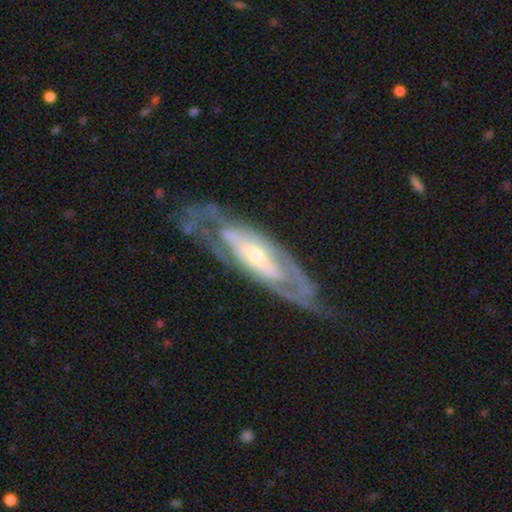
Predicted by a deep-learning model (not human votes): Smooth or featured? Predicted: featured or disk (p=0.84). Edge-on disk? Predicted: no (p=0.81). Bar? Predicted: no (p=0.48). Spiral arms? Predicted: yes (p=0.79). Spiral winding? Predicted: tight (p=0.56). Spiral arm count? Predicted: 2 (p=0.47). Bulge size? Predicted: moderate (p=0.51). Merging? Predicted: none (p=0.66).